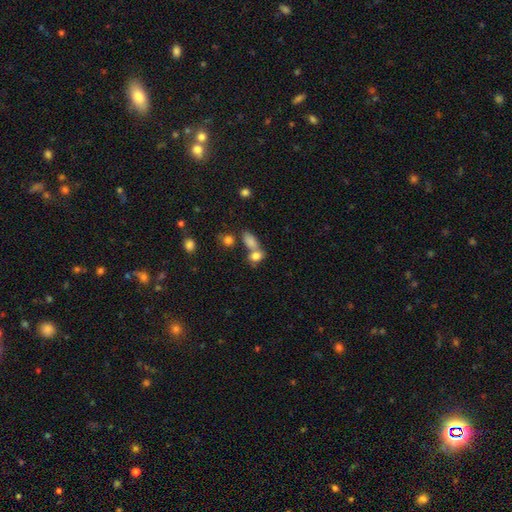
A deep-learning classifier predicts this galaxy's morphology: Overall: smooth (77%). How rounded: in between (66%; round 31%). Merging: merger (49%; none 35%).